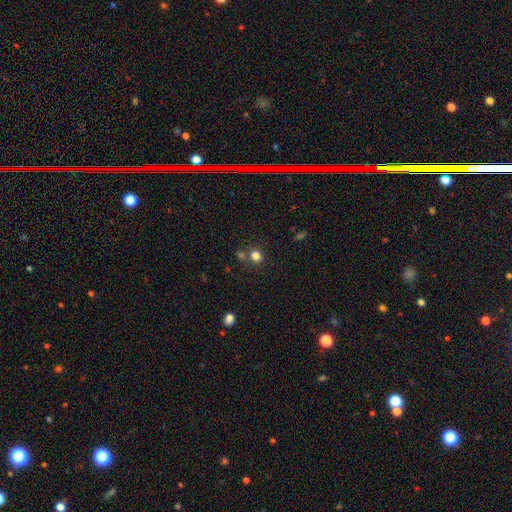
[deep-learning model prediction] A smooth galaxy with no disk features (80%) that is round (83%). Merging: none (68%).